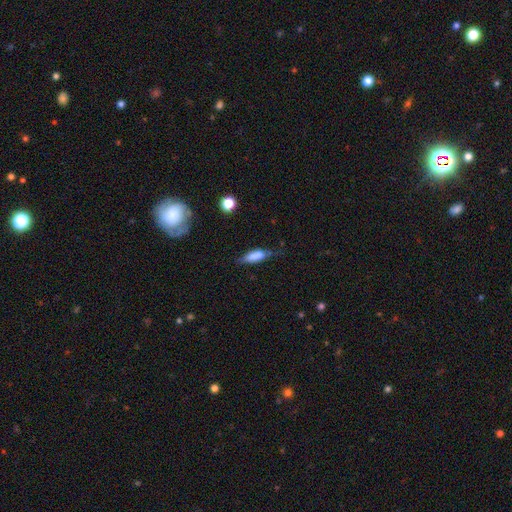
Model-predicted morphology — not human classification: smooth 70%, featured or disk 22%, star or artifact 8%. Down the decision tree: how rounded — cigar-shaped (49%); merging — none (54%).